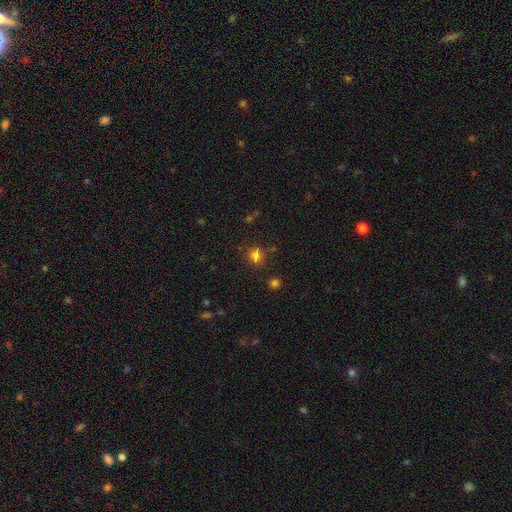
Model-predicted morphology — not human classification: Smooth or featured?
  - smooth: 75% *
  - star or artifact: 18%
  - featured or disk: 7%
How rounded?
  - round: 78% *
  - in between: 21%
  - cigar-shaped: 1%
Merging?
  - none: 74% *
  - minor disturbance: 12%
  - merger: 10%
  - major disturbance: 4%